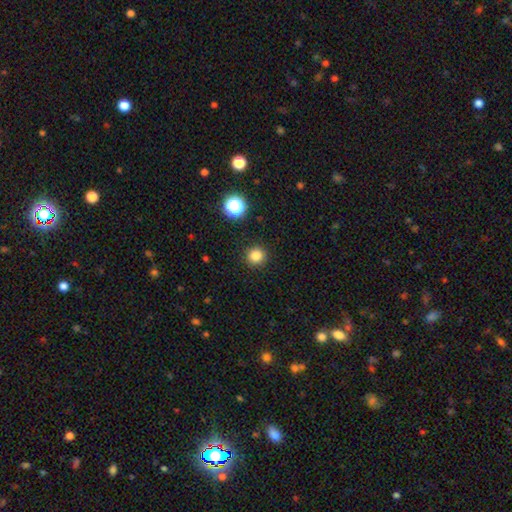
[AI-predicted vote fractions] This is clearly a smooth galaxy (82%). How rounded: clearly round (92%). Merging: clearly none (92%).